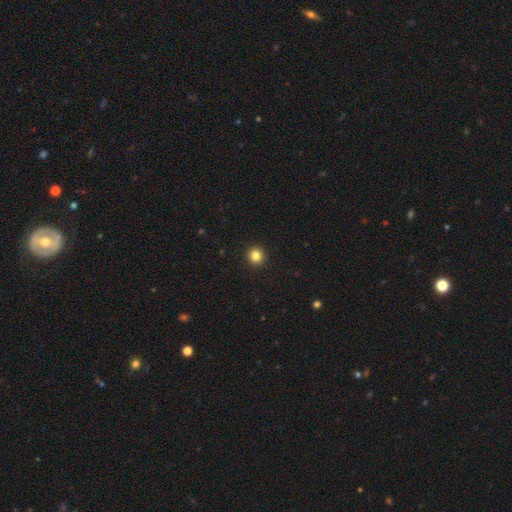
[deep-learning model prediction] A smooth galaxy with no disk features (83%) that is round (94%).

Vote fractions:
- Smooth or featured? smooth: 83% / star or artifact: 12% / featured or disk: 5%
- How rounded? round: 94% / in between: 5% / cigar-shaped: 1%
- Merging? none: 94% / minor disturbance: 4% / major disturbance: 1% / merger: 1%